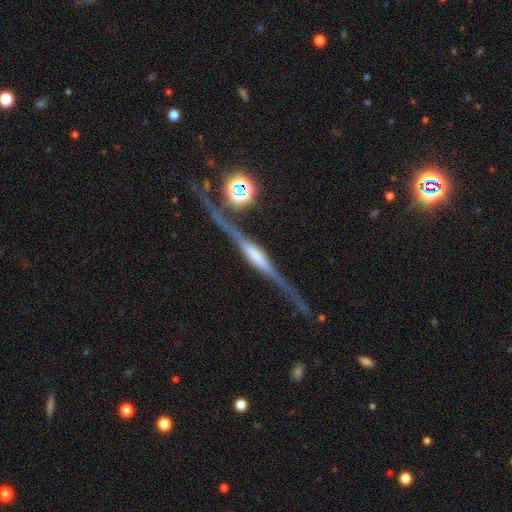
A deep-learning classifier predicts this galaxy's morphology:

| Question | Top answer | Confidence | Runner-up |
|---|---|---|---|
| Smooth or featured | featured or disk | 84% | smooth (10%) |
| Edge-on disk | yes | 96% | no (4%) |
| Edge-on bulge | rounded | 48% | boxy (39%) |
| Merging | none | 76% | minor disturbance (15%) |